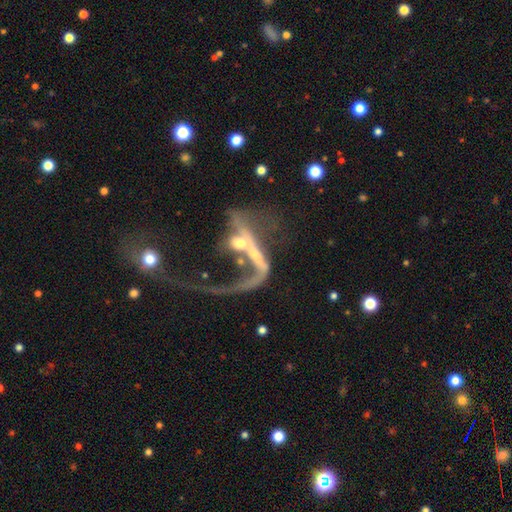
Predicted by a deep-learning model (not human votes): Q: Smooth or featured?
A: featured or disk (65%); runner-up: smooth (24%)
Q: Edge-on disk?
A: no (79%); runner-up: yes (21%)
Q: Bar?
A: no (64%); runner-up: weak (20%)
Q: Spiral arms?
A: no (59%); runner-up: yes (41%)
Q: Bulge size?
A: moderate (43%); runner-up: small (27%)
Q: Merging?
A: merger (53%); runner-up: major disturbance (30%)